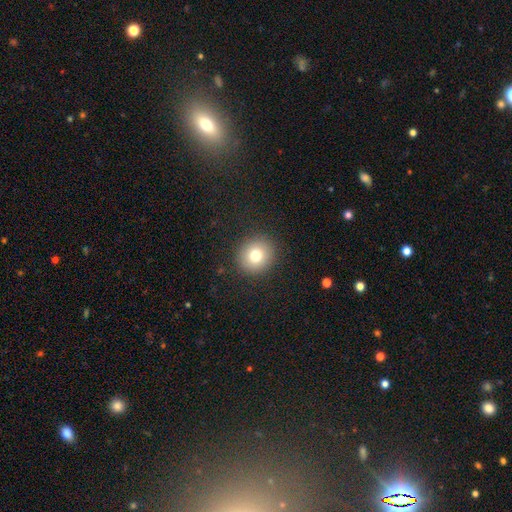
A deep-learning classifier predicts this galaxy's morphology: Smooth or featured?
  - smooth: 77% *
  - star or artifact: 11%
  - featured or disk: 11%
How rounded?
  - round: 88% *
  - in between: 11%
  - cigar-shaped: 1%
Merging?
  - none: 90% *
  - minor disturbance: 6%
  - major disturbance: 3%
  - merger: 1%